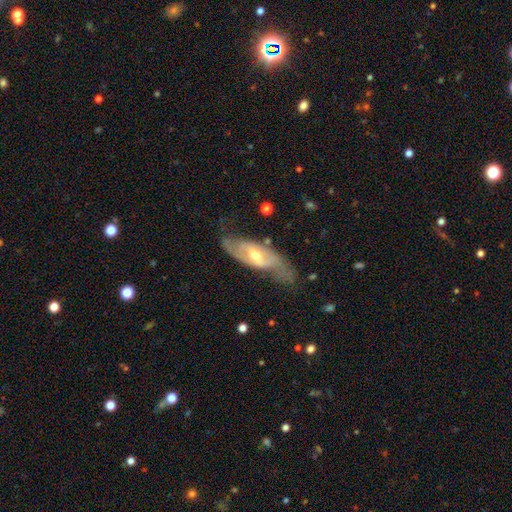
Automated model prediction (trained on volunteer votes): Smooth or featured: featured or disk — 77% (smooth — 17%)
Edge-on disk: no — 84% (yes — 16%)
Bar: weak — 47% (no — 27%)
Spiral arms: yes — 81% (no — 19%)
Spiral winding: medium — 43% (loose — 32%)
Spiral arm count: 2 — 79% (can't tell — 15%)
Bulge size: moderate — 61% (small — 33%)
Merging: none — 65% (minor disturbance — 22%)